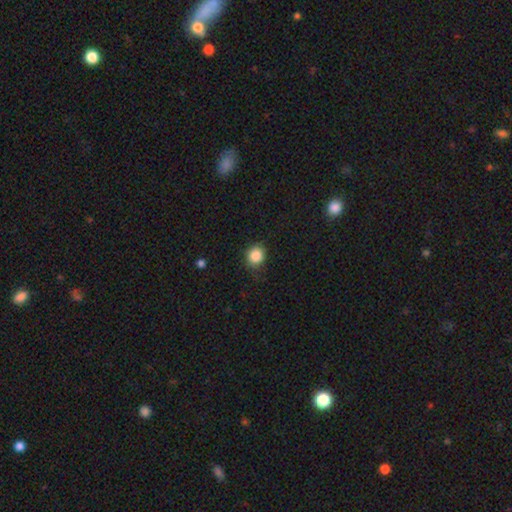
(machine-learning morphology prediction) A smooth galaxy with no disk features (85%) that is round (79%).

Vote fractions:
- Smooth or featured? smooth: 85% / star or artifact: 10% / featured or disk: 5%
- How rounded? round: 79% / in between: 20% / cigar-shaped: 1%
- Merging? none: 79% / minor disturbance: 17% / major disturbance: 4% / merger: 1%